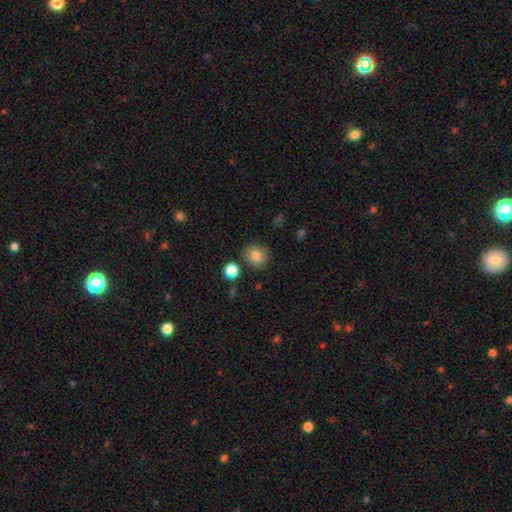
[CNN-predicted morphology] A smooth galaxy with no disk features (84%) that is round (84%). Merging: none (81%).